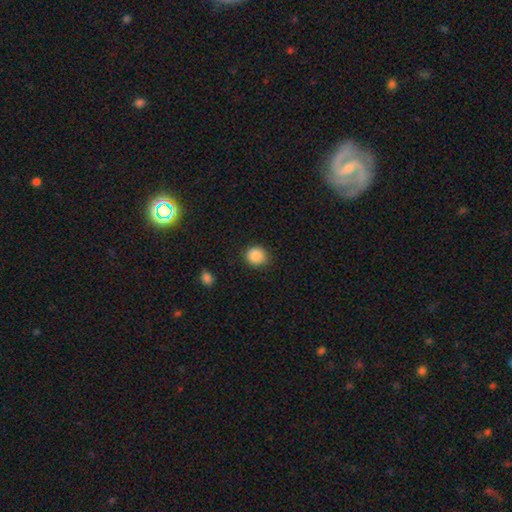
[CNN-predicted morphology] The model was most divided on "how rounded": round: 86%, in between: 13%, cigar-shaped: 1%. More confident: smooth or featured — smooth (88%); merging — none (86%).